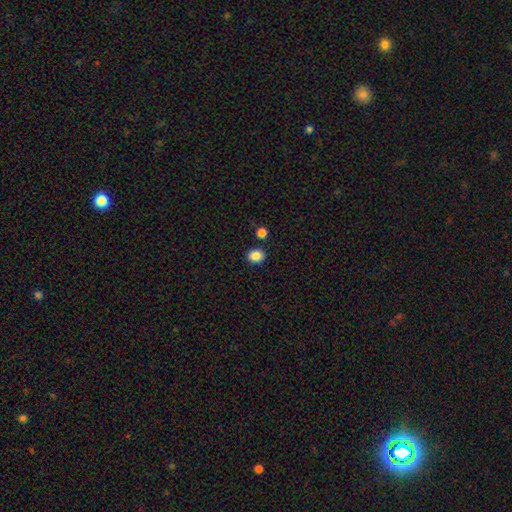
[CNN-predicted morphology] smooth_or_featured: smooth (p=0.87) [alt: star or artifact p=0.10]
how_rounded: round (p=0.66) [alt: in between p=0.33]
merging: none (p=0.85) [alt: minor disturbance p=0.08]